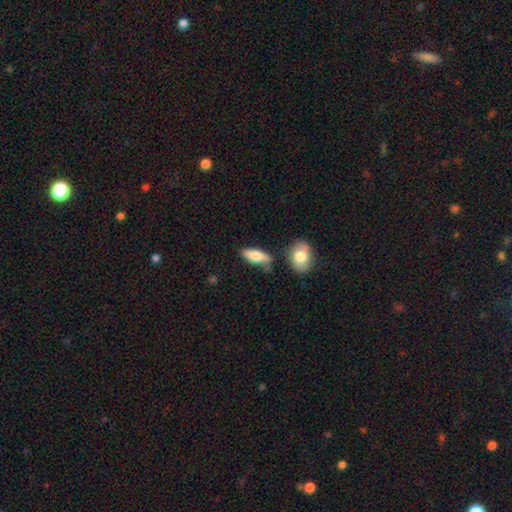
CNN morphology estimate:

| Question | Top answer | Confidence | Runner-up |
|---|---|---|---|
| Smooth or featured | smooth | 74% | featured or disk (20%) |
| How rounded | in between | 68% | cigar-shaped (28%) |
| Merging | none | 57% | minor disturbance (23%) |